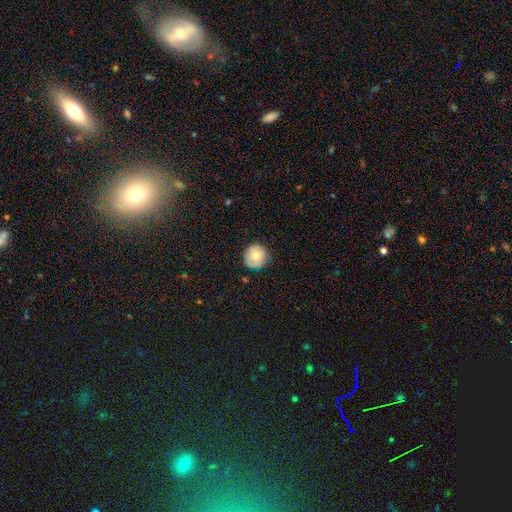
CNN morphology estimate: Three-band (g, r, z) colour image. It shows a smooth galaxy with no disk features (69%) that is round (91%). Merging: none (77%).